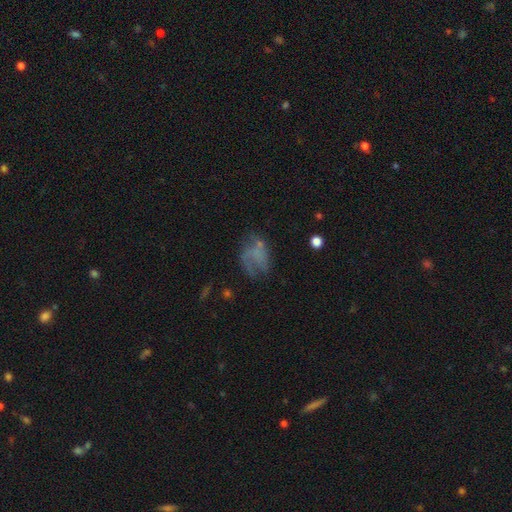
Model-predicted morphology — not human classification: smooth 44%, featured or disk 40%, star or artifact 16%. Down the decision tree: merging — none (36%).